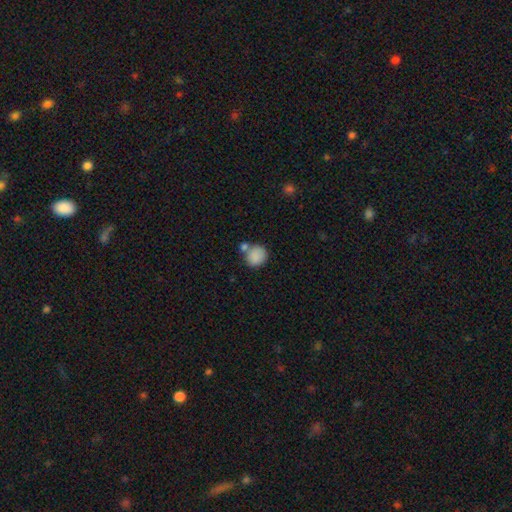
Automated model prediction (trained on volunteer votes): This is clearly a smooth galaxy (86%). How rounded: clearly round (83%). Merging: possibly none (58%).